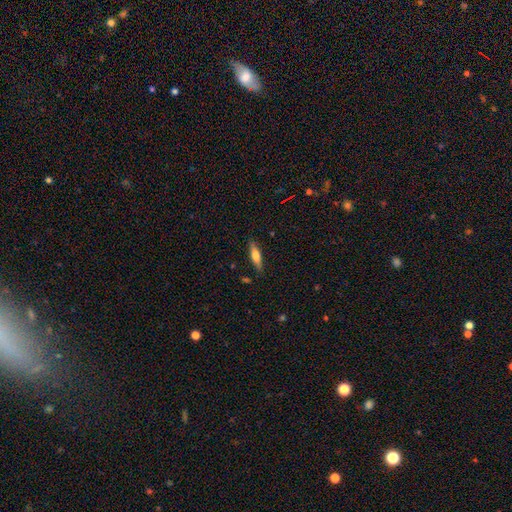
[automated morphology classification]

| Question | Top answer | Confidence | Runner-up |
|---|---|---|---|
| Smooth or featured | smooth | 57% | featured or disk (37%) |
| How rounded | cigar-shaped | 70% | in between (28%) |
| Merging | none | 86% | minor disturbance (10%) |